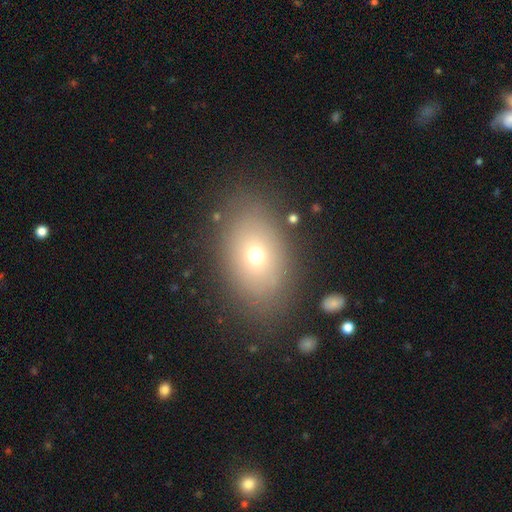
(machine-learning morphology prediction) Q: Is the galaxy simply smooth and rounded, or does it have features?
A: smooth — 67%.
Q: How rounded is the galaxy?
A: in between — 83%.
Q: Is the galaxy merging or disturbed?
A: none — 84%.